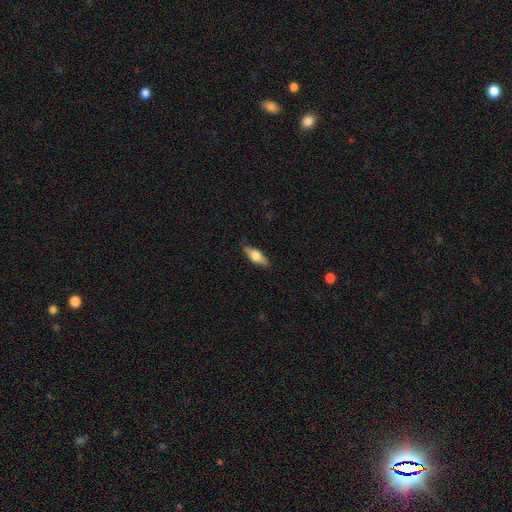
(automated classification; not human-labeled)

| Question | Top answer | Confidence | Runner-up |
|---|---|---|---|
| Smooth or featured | smooth | 50% | featured or disk (44%) |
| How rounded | in between | 60% | cigar-shaped (36%) |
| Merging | none | 85% | minor disturbance (11%) |